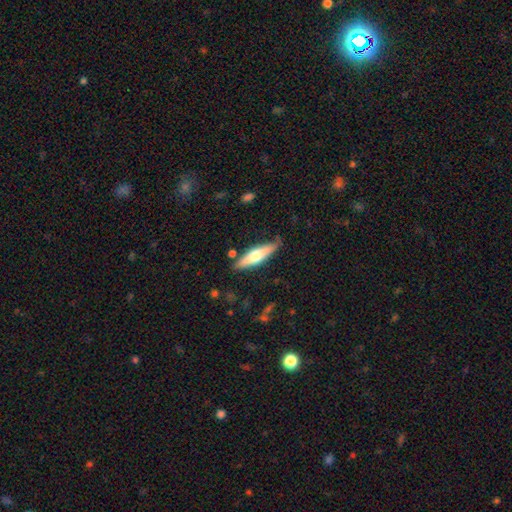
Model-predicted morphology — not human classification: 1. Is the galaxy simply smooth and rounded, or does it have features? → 48% smooth, 47% featured or disk, 6% star or artifact.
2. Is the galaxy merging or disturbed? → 81% none, 13% minor disturbance, 3% merger, 3% major disturbance.